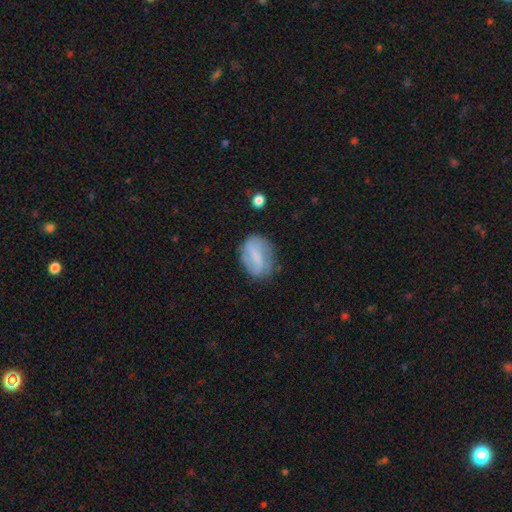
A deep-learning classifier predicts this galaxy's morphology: This appears to be a smooth galaxy with no disk features (50%) that is in between round and cigar-shaped (72%). Merging: none (65%).